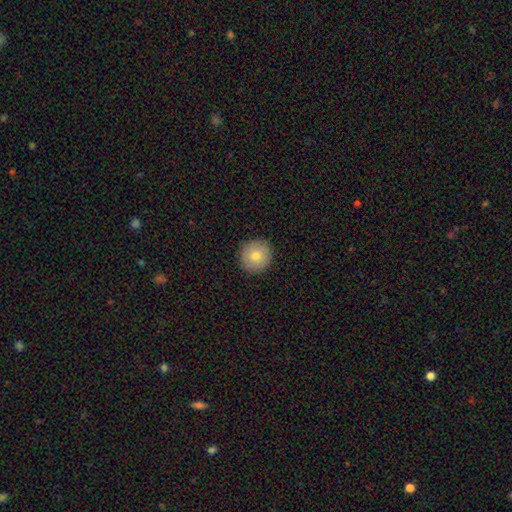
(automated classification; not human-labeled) This appears to be a smooth galaxy with no disk features (78%) that is round (94%). Merging: none (92%).